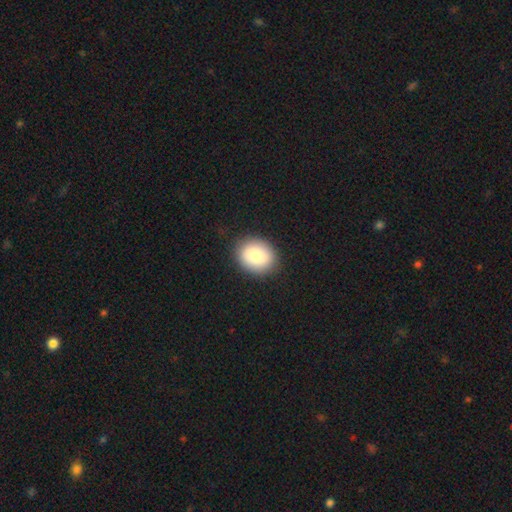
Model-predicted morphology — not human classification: This appears to be a smooth galaxy with no disk features (86%) that is round (50%). Merging: none (87%).